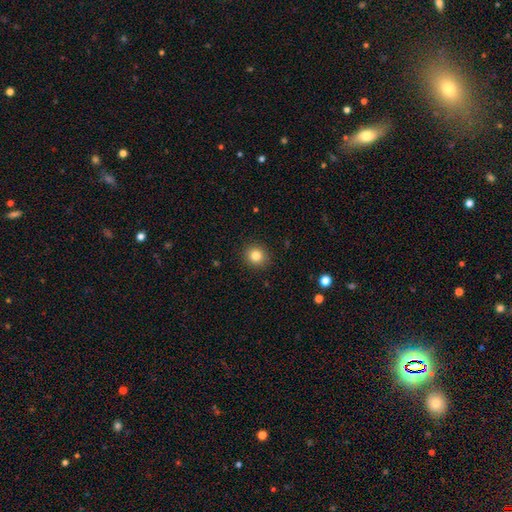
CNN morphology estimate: Smooth or featured? Predicted: smooth (p=0.84). How rounded? Predicted: round (p=0.88). Merging? Predicted: none (p=0.91).